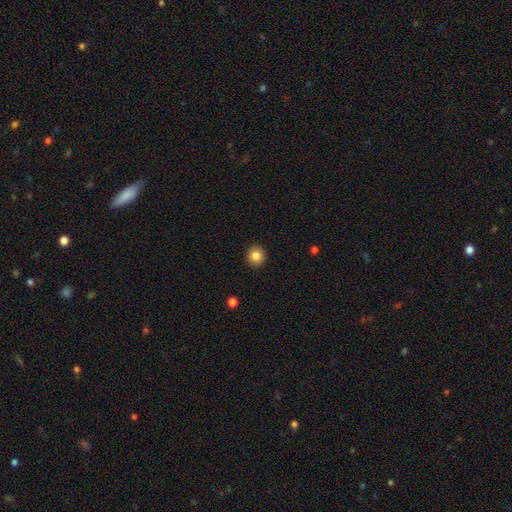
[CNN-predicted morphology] This appears to be a smooth galaxy with no disk features (84%) that is round (90%). Merging: none (92%).